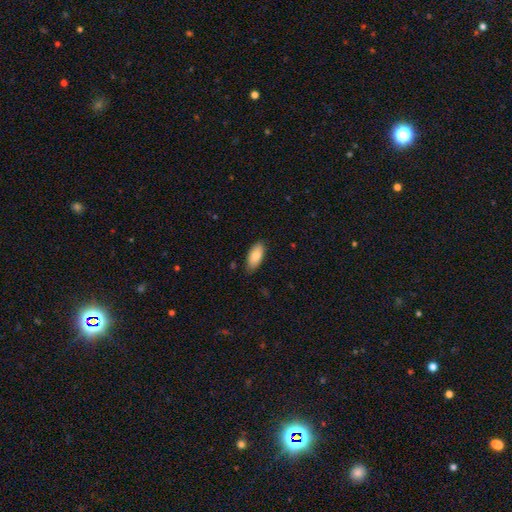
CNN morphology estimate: Overall: smooth (84%). How rounded: in between (89%). Merging: none (83%).